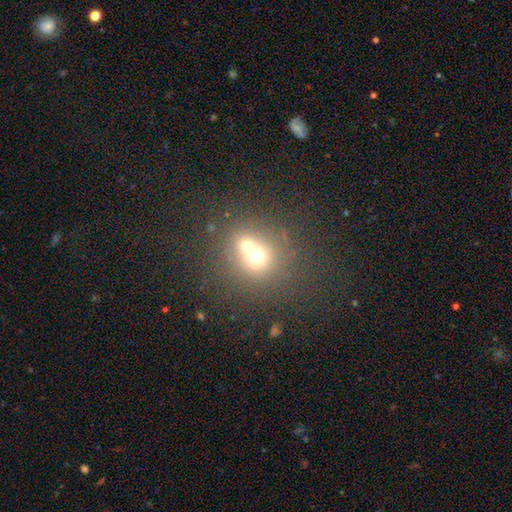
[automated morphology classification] The model was most divided on "merging": merger: 56%, none: 35%, minor disturbance: 6%, major disturbance: 3%. More confident: how rounded — round (84%); smooth or featured — smooth (63%).